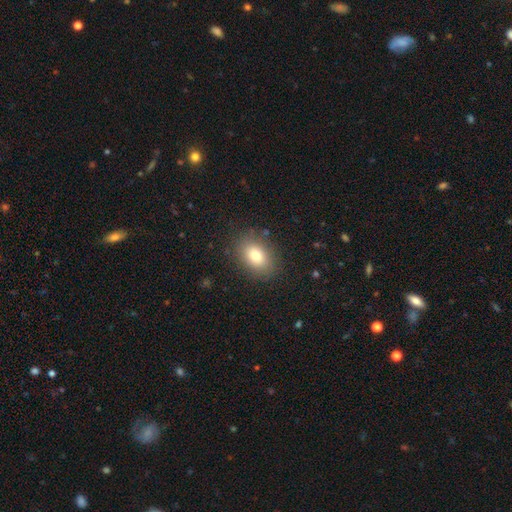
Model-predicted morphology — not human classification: smooth 79%, featured or disk 11%, star or artifact 10%. Down the decision tree: how rounded — in between (75%); merging — none (85%).